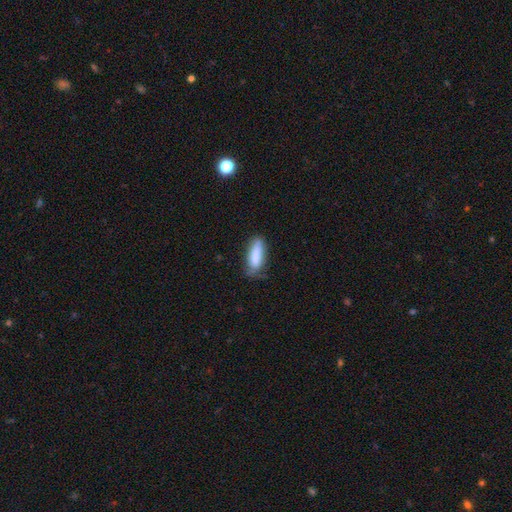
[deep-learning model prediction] The model was most divided on "how rounded": in between: 61%, cigar-shaped: 37%, round: 2%. More confident: smooth or featured — smooth (83%); merging — none (63%).